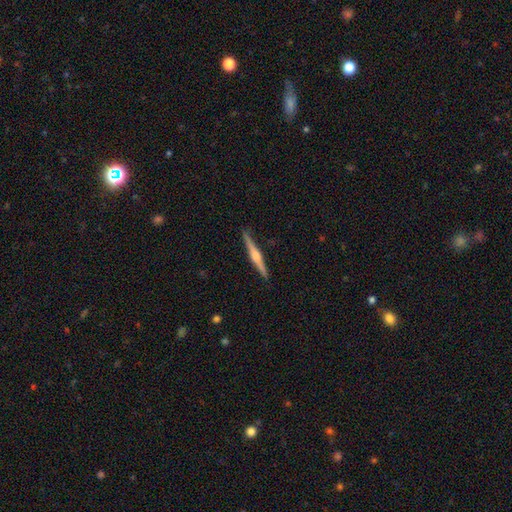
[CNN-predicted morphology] Smooth or featured? Predicted: featured or disk (p=0.73). Edge-on disk? Predicted: yes (p=0.98). Edge-on bulge? Predicted: rounded (p=0.85). Merging? Predicted: none (p=0.91).